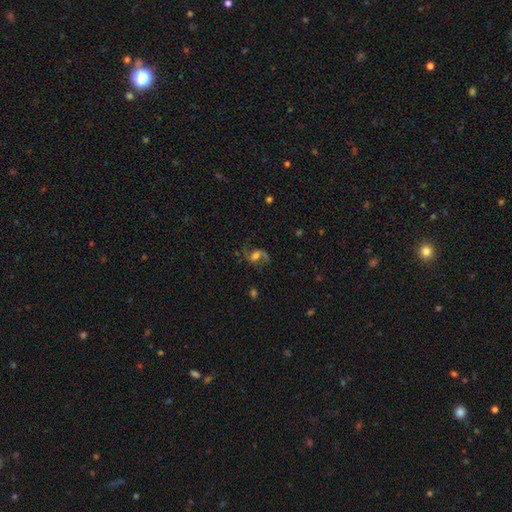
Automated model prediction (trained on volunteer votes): Smooth or featured: featured or disk — 78% (smooth — 13%)
Edge-on disk: no — 97% (yes — 3%)
Bar: weak — 47% (no — 31%)
Spiral arms: yes — 95% (no — 5%)
Spiral winding: loose — 58% (medium — 36%)
Spiral arm count: 2 — 91% (1 — 4%)
Bulge size: moderate — 45% (large — 27%)
Merging: none — 69% (minor disturbance — 15%)